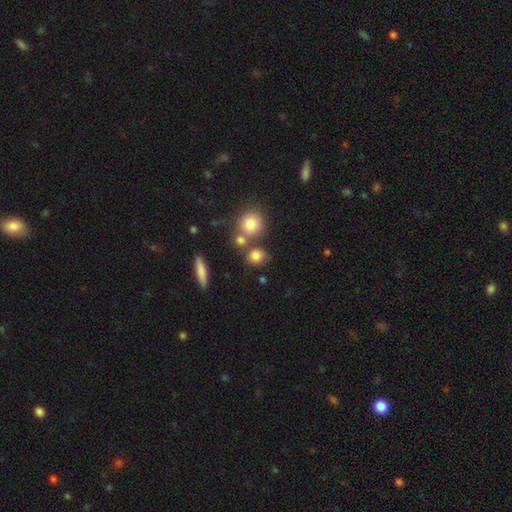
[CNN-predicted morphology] Smooth or featured?
  - smooth: 80% *
  - star or artifact: 12%
  - featured or disk: 8%
How rounded?
  - round: 74% *
  - in between: 24%
  - cigar-shaped: 3%
Merging?
  - none: 63% *
  - merger: 21%
  - minor disturbance: 11%
  - major disturbance: 5%